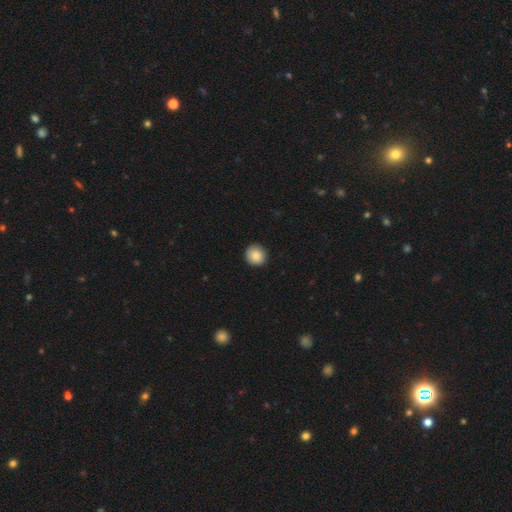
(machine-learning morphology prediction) Overall: smooth (87%). How rounded: round (93%). Merging: none (91%).